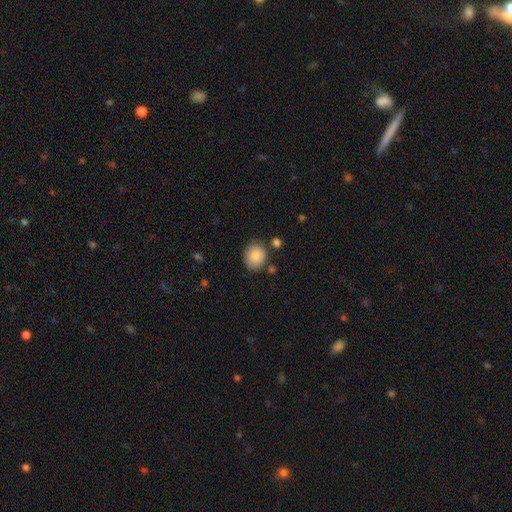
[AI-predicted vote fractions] smooth 87%, star or artifact 8%, featured or disk 5%. Down the decision tree: how rounded — round (64%); merging — none (78%).